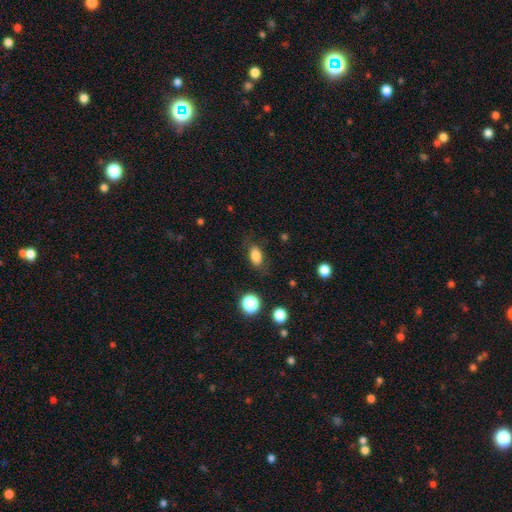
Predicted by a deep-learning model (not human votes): Smooth or featured? smooth (81%)
How rounded? in between (87%)
Merging? none (78%)